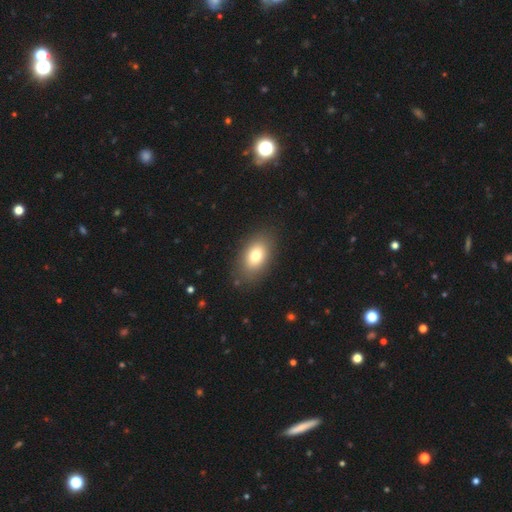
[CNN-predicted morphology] Overall: smooth (77%). How rounded: in between (87%). Merging: none (85%).